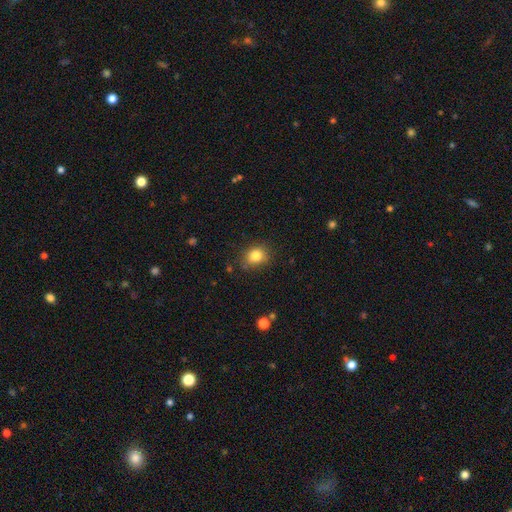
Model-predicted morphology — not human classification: smooth-or-featured: smooth: 83% | star or artifact: 10% | featured or disk: 6%
  how-rounded: round: 59% | in between: 40% | cigar-shaped: 1%
  merging: none: 78% | minor disturbance: 16% | major disturbance: 4% | merger: 2%